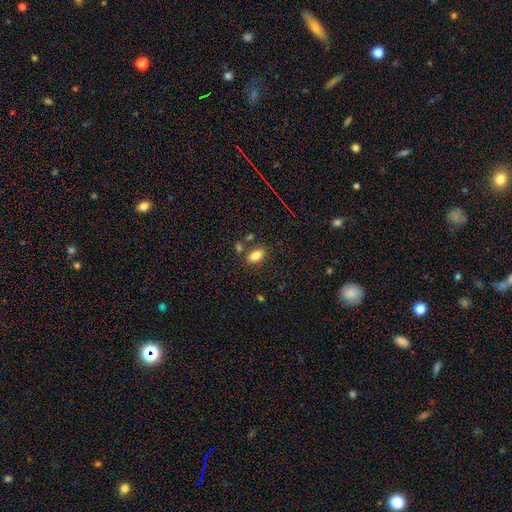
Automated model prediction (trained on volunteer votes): Overall: smooth (81%). How rounded: in between (89%). Merging: none (76%).